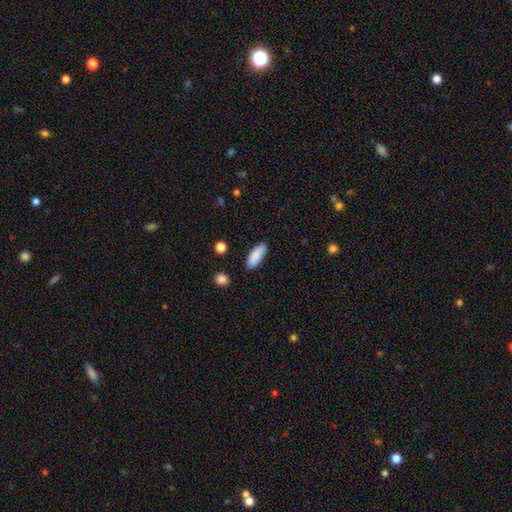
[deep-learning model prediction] Smooth or featured?
  - smooth: 89% *
  - star or artifact: 6%
  - featured or disk: 5%
How rounded?
  - in between: 72% *
  - cigar-shaped: 26%
  - round: 2%
Merging?
  - none: 87% *
  - minor disturbance: 9%
  - major disturbance: 2%
  - merger: 2%